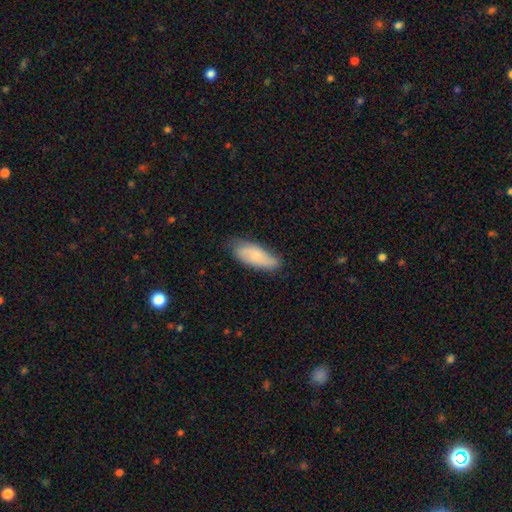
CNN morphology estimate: type=smooth (72%); roundness=in between (77%); merging=none (72%).